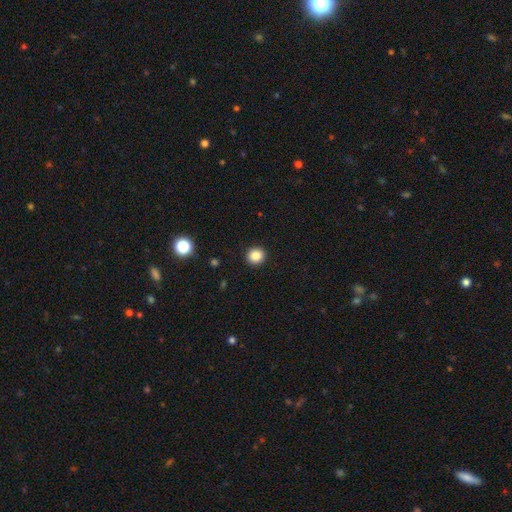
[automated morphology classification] This appears to be a smooth galaxy with no disk features (85%) that is round (92%). Merging: none (93%).